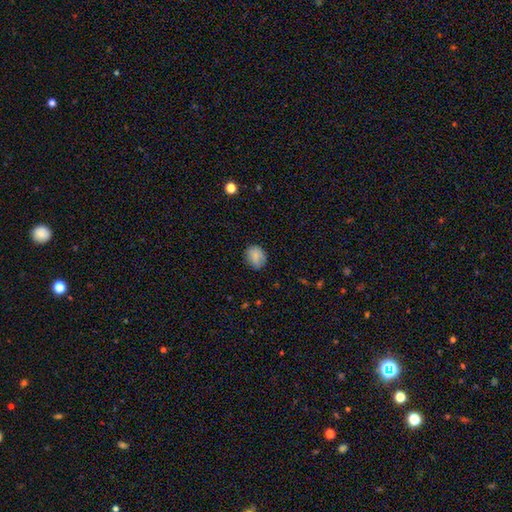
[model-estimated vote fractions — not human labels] Overall: smooth (84%). How rounded: round (56%; in between 43%). Merging: none (74%).